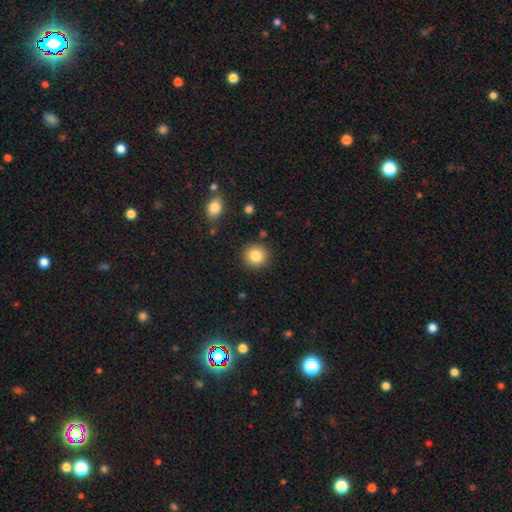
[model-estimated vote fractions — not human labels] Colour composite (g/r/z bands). It shows a smooth galaxy with no disk features (84%) that is round (90%). Merging: none (89%).